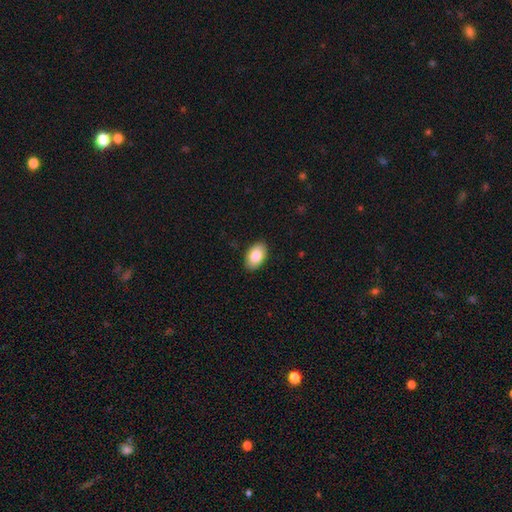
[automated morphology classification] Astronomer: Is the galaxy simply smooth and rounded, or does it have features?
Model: smooth — 86%.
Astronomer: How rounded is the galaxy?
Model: in between — 93%.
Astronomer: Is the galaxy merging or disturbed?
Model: none — 88%.